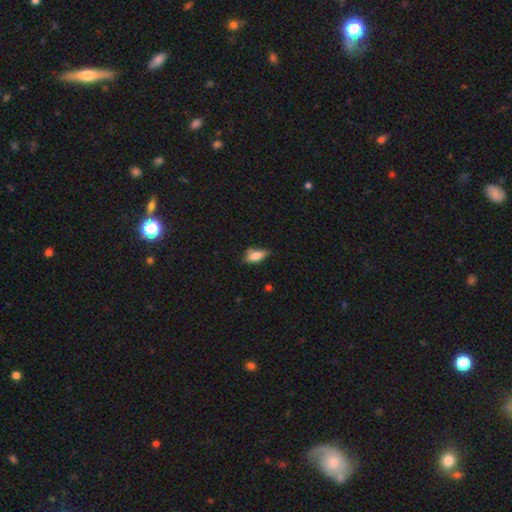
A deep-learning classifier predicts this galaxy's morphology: Q: Smooth or featured?
A: smooth (71%); runner-up: featured or disk (21%)
Q: How rounded?
A: in between (76%); runner-up: cigar-shaped (20%)
Q: Merging?
A: none (57%); runner-up: minor disturbance (30%)